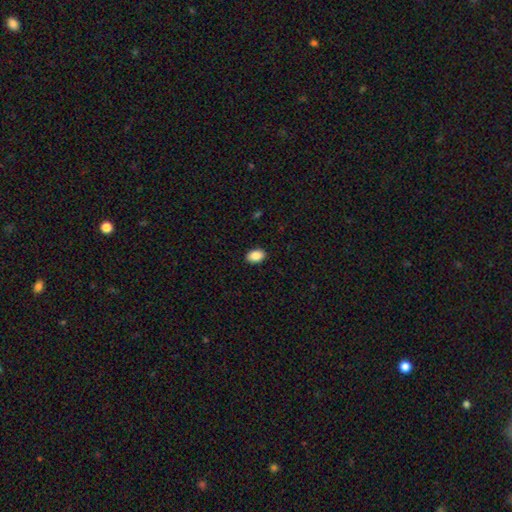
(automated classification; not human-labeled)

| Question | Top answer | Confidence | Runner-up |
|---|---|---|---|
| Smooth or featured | smooth | 90% | star or artifact (7%) |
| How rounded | in between | 87% | round (11%) |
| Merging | none | 90% | minor disturbance (7%) |